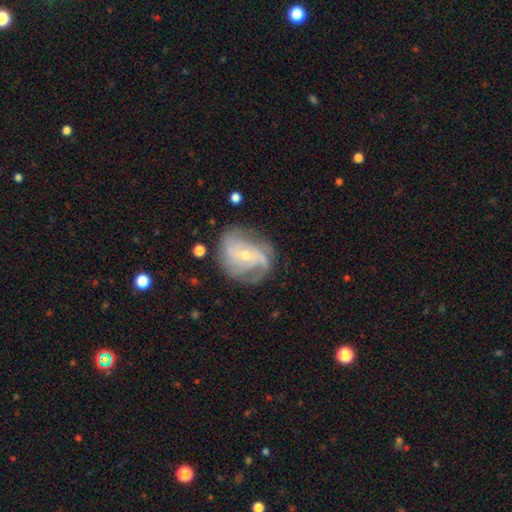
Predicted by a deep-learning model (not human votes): Q: Smooth or featured?
A: featured or disk (81%); runner-up: smooth (12%)
Q: Edge-on disk?
A: no (97%); runner-up: yes (3%)
Q: Bar?
A: weak (45%); runner-up: no (42%)
Q: Spiral arms?
A: yes (93%); runner-up: no (7%)
Q: Spiral winding?
A: medium (45%); runner-up: loose (28%)
Q: Spiral arm count?
A: 2 (39%); runner-up: 3 (22%)
Q: Bulge size?
A: small (63%); runner-up: moderate (32%)
Q: Merging?
A: none (62%); runner-up: minor disturbance (21%)